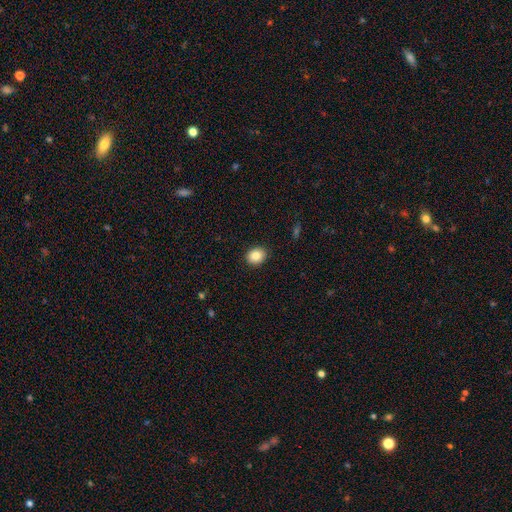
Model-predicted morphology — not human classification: Q: Smooth or featured?
A: smooth (86%); runner-up: star or artifact (9%)
Q: How rounded?
A: round (55%); runner-up: in between (45%)
Q: Merging?
A: none (90%); runner-up: minor disturbance (7%)